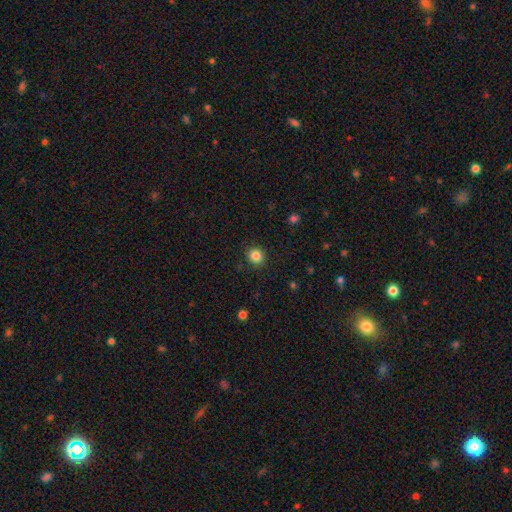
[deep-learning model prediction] smooth_or_featured: smooth (p=0.85) [alt: star or artifact p=0.11]
how_rounded: round (p=0.87) [alt: in between p=0.12]
merging: none (p=0.90) [alt: minor disturbance p=0.07]